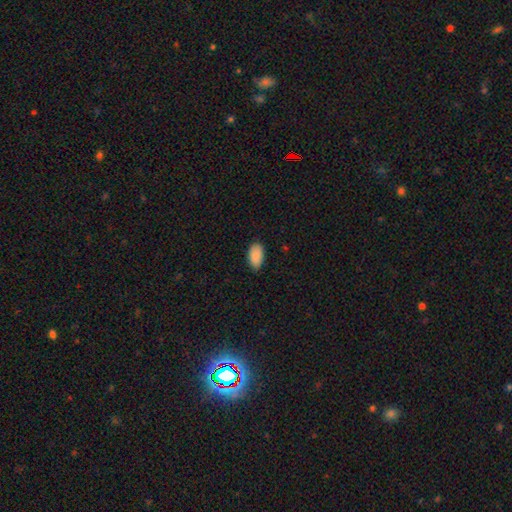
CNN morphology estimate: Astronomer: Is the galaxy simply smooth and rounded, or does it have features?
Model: smooth — 90%.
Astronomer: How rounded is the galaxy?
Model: in between — 95%.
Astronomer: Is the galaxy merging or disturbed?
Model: none — 83%.